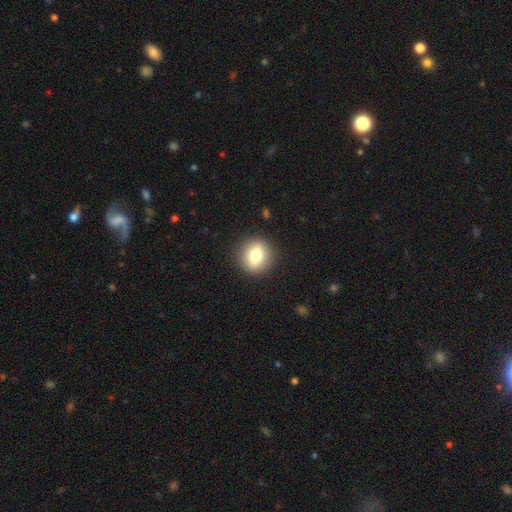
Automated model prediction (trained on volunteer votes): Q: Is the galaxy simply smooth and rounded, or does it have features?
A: smooth — 75%.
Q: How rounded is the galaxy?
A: round — 75%.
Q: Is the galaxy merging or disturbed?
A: none — 90%.